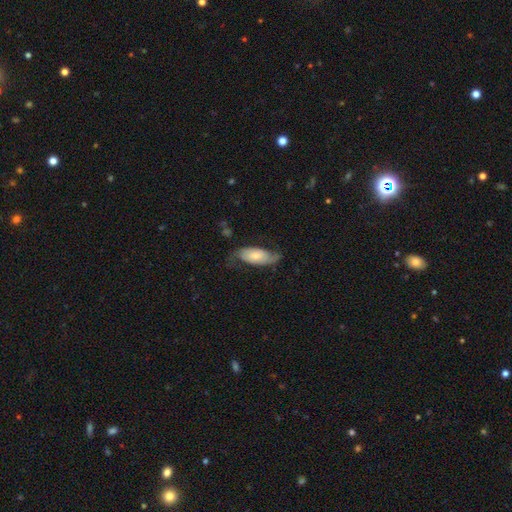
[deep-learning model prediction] The model was most divided on "bulge size": small: 50%, moderate: 38%, large: 6%, none: 4%, dominant: 2%. More confident: edge-on disk — no (90%); spiral arms — yes (86%); bar — no (70%); merging — none (60%); smooth or featured — featured or disk (58%).